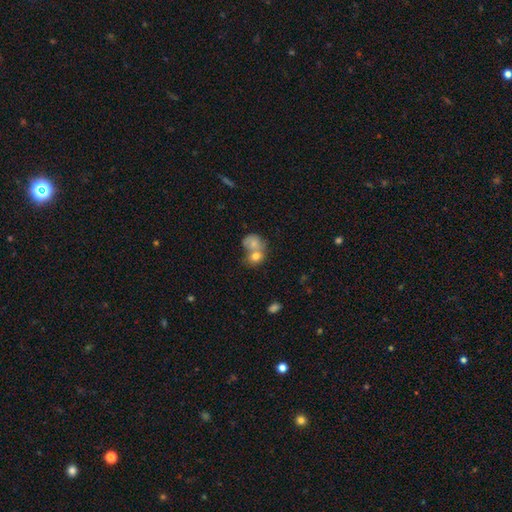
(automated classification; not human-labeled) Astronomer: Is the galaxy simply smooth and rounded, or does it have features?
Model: smooth — 55%.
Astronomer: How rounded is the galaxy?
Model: round — 66%.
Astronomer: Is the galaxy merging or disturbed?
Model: merger — 51% (runner-up: none, 34%).